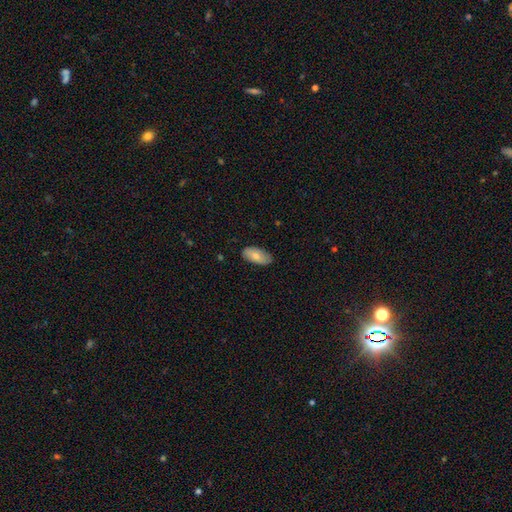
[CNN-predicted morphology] Smooth or featured? smooth (74%)
How rounded? in between (93%)
Merging? none (84%)